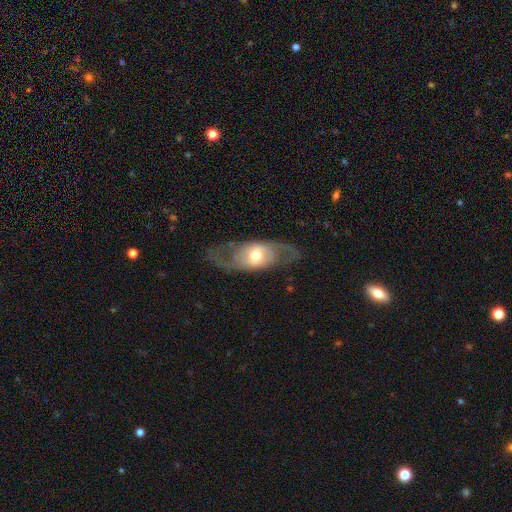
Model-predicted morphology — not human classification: Smooth or featured: featured or disk — 72% (smooth — 23%)
Edge-on disk: no — 87% (yes — 13%)
Bar: no — 58% (weak — 29%)
Spiral arms: yes — 71% (no — 29%)
Bulge size: moderate — 63% (small — 21%)
Merging: none — 73% (minor disturbance — 14%)